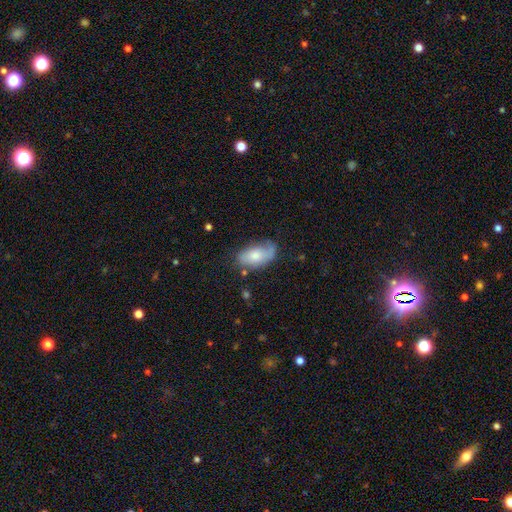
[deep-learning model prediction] Smooth or featured? smooth (65%)
How rounded? in between (93%)
Merging? none (55%)